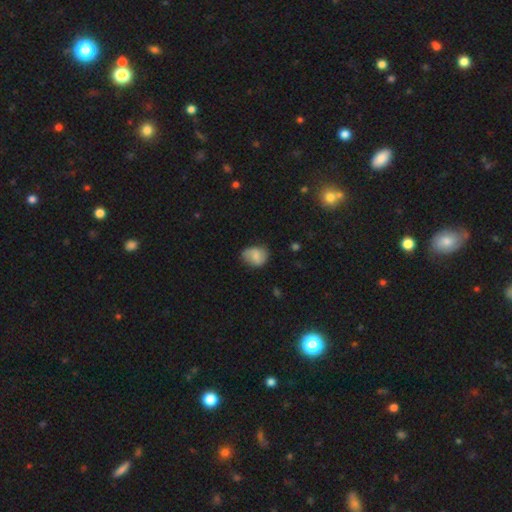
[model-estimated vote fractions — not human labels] Smooth or featured: smooth — 65% (featured or disk — 27%)
How rounded: in between — 52% (round — 47%)
Merging: none — 64% (minor disturbance — 28%)